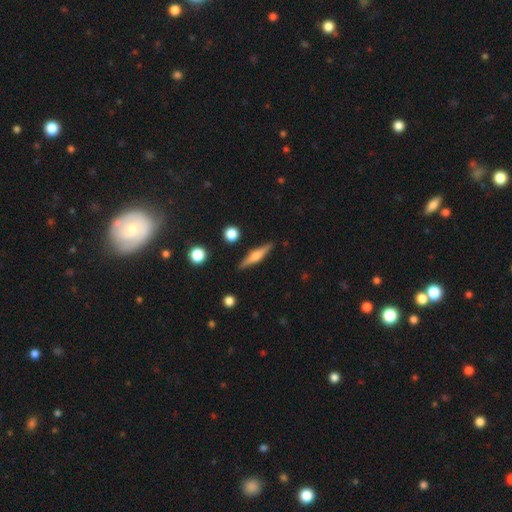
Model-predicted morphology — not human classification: A featured or disk galaxy (62%) viewed edge-on (97%) with a rounded central bulge (85%).

Vote fractions:
- Smooth or featured? featured or disk: 62% / smooth: 31% / star or artifact: 7%
- Edge-on disk? yes: 97% / no: 3%
- Edge-on bulge? rounded: 85% / boxy: 10% / none: 5%
- Merging? none: 89% / minor disturbance: 7% / merger: 2% / major disturbance: 2%